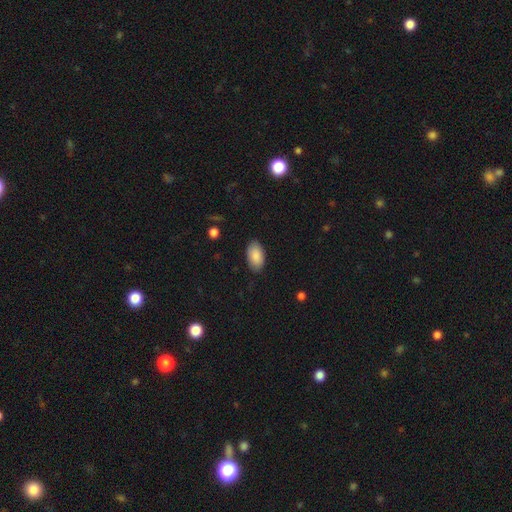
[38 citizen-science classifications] Smooth or featured?
  - smooth: 87% *
  - featured or disk: 8%
  - star or artifact: 5%
How rounded?
  - in between: 94% *
  - round: 3%
  - cigar-shaped: 3%
Merging?
  - none: 83% *
  - minor disturbance: 8%
  - major disturbance: 8%
  - merger: 0%